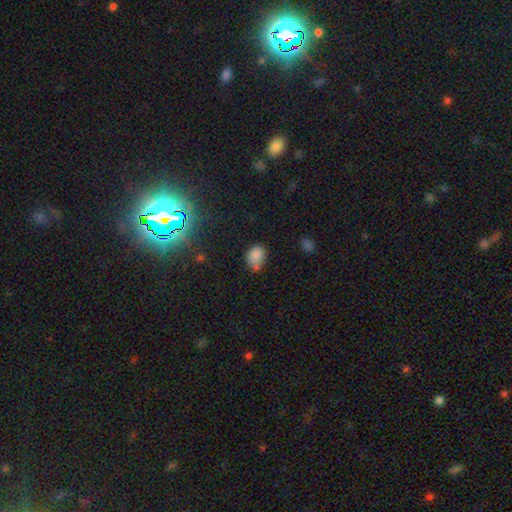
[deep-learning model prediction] smooth-or-featured: smooth: 80% | star or artifact: 12% | featured or disk: 7%
  how-rounded: in between: 70% | round: 29% | cigar-shaped: 1%
  merging: none: 50% | minor disturbance: 32% | merger: 11% | major disturbance: 8%